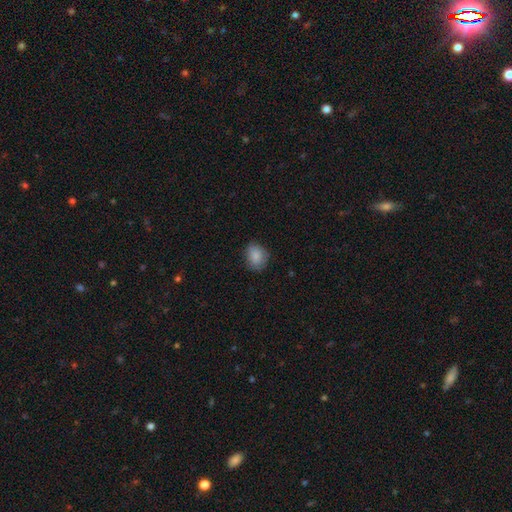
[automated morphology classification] smooth-or-featured: smooth: 86% | star or artifact: 8% | featured or disk: 6%
  how-rounded: round: 53% | in between: 46% | cigar-shaped: 1%
  merging: none: 78% | minor disturbance: 18% | major disturbance: 4% | merger: 1%